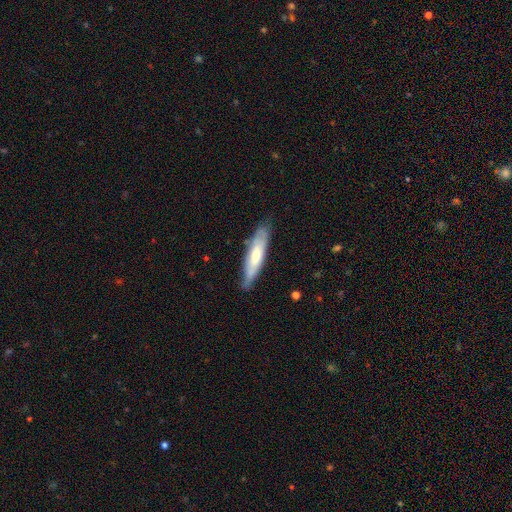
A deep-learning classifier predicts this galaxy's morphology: The model was most divided on "smooth or featured": smooth: 53%, featured or disk: 42%, star or artifact: 5%. More confident: merging — none (74%); how rounded — cigar-shaped (71%).